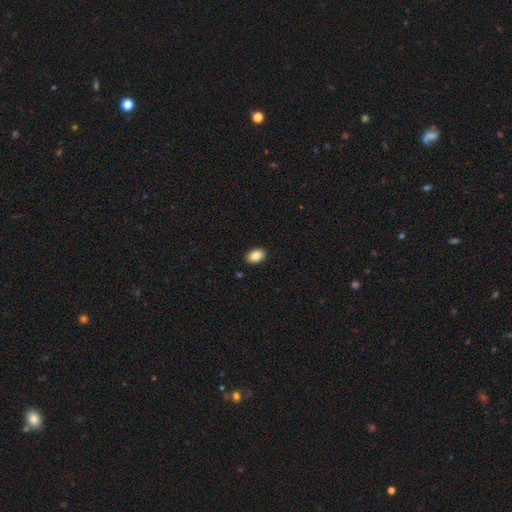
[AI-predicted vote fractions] Overall: smooth (87%). How rounded: in between (88%). Merging: none (90%).